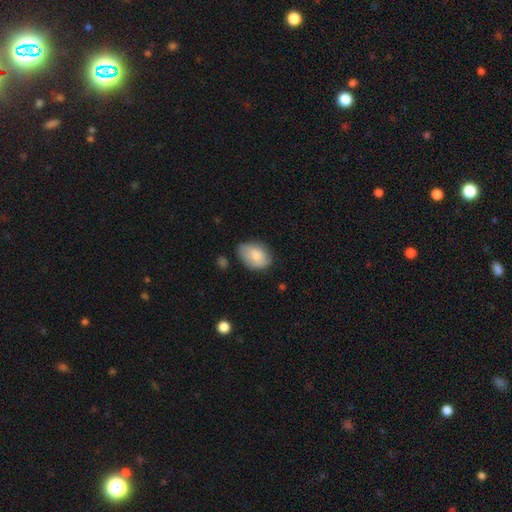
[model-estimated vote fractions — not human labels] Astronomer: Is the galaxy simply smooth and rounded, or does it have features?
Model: smooth — 81%.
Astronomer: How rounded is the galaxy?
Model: in between — 83%.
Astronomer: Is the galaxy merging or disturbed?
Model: none — 60%.